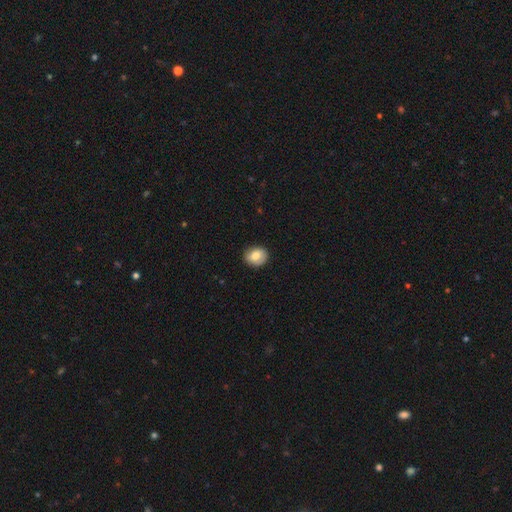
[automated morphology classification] A smooth galaxy with no disk features (78%) that is round (70%). Merging: none (84%).